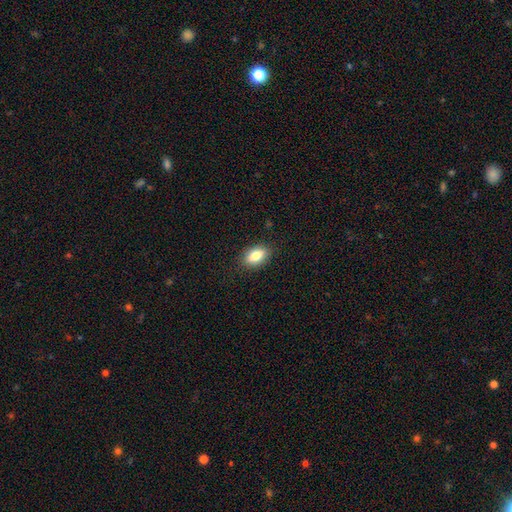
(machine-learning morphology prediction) Smooth or featured: smooth — 81% (featured or disk — 12%)
How rounded: in between — 87% (round — 7%)
Merging: none — 87% (minor disturbance — 9%)